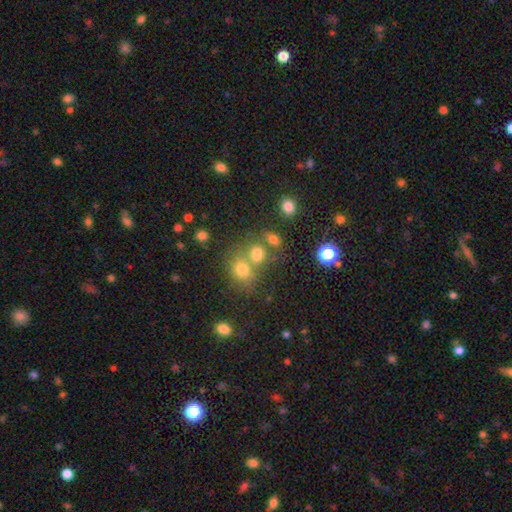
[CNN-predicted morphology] type=smooth (64%); roundness=round (60%); merging=merger (44%).